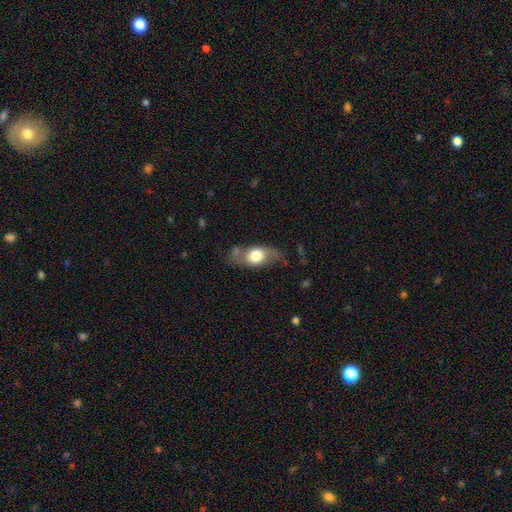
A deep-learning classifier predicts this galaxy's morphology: Smooth or featured? Predicted: smooth (p=0.62). How rounded? Predicted: in between (p=0.77). Merging? Predicted: none (p=0.55).